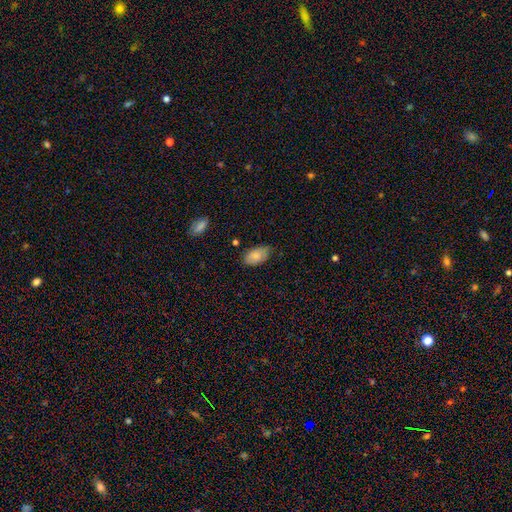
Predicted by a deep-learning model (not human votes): Smooth or featured? smooth (83%)
How rounded? in between (94%)
Merging? none (69%)